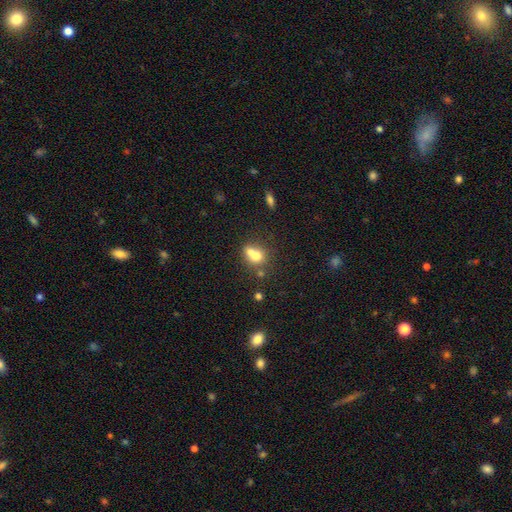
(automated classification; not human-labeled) A smooth galaxy with no disk features (68%) that is round (59%).

Vote fractions:
- Smooth or featured? smooth: 68% / featured or disk: 20% / star or artifact: 12%
- How rounded? round: 59% / in between: 39% / cigar-shaped: 2%
- Merging? merger: 58% / none: 28% / minor disturbance: 9% / major disturbance: 5%